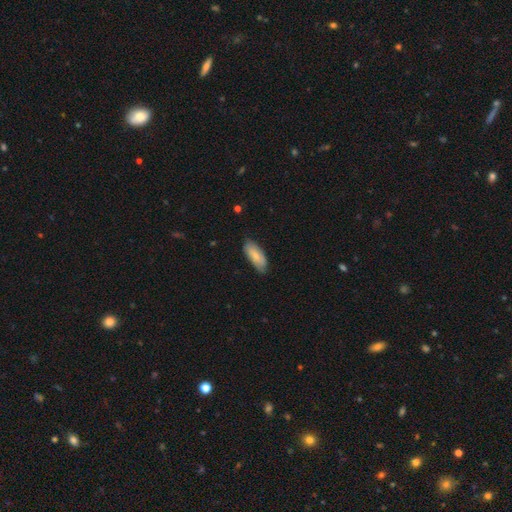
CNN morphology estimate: Overall: smooth (74%). How rounded: in between (82%). Merging: none (77%).